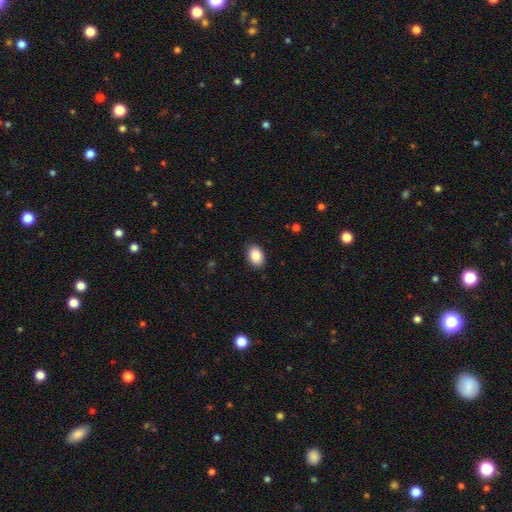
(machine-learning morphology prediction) type=smooth (89%); roundness=in between (85%); merging=none (87%).